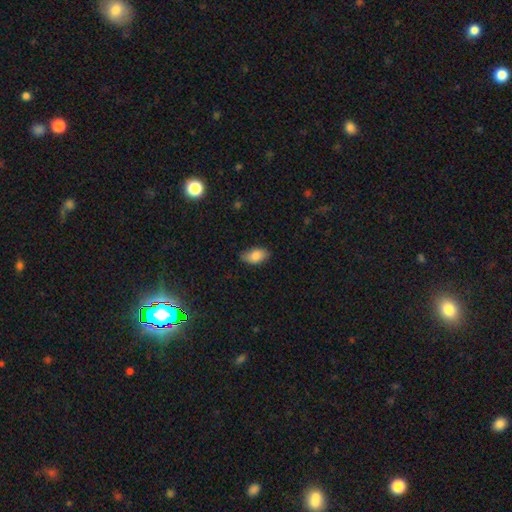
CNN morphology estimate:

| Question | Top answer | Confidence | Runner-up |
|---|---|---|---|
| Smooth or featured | smooth | 85% | featured or disk (8%) |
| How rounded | in between | 92% | round (5%) |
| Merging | none | 76% | minor disturbance (19%) |